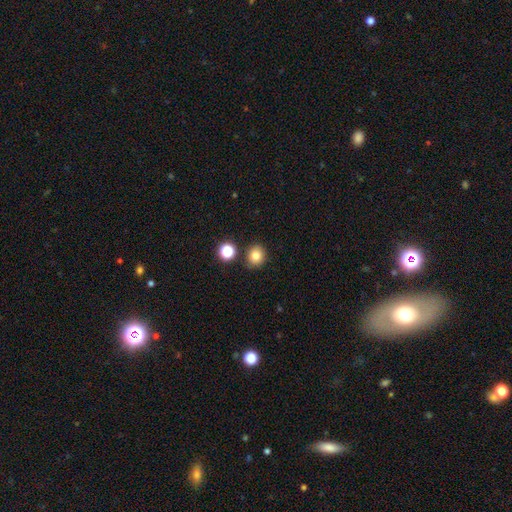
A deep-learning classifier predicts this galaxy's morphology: type=smooth (80%); roundness=round (78%); merging=none (84%).